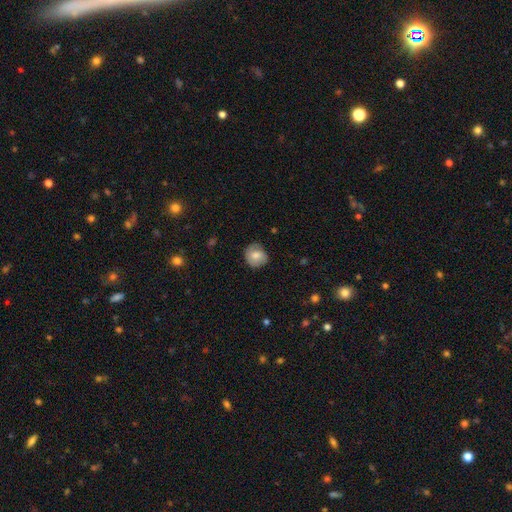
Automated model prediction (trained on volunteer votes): This is likely a smooth galaxy (70%). How rounded: clearly round (84%). Merging: likely none (71%).